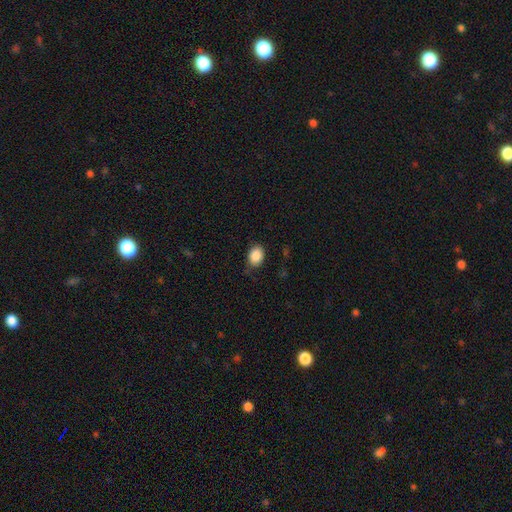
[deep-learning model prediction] smooth 88%, star or artifact 8%, featured or disk 4%. Down the decision tree: how rounded — in between (62%); merging — none (79%).